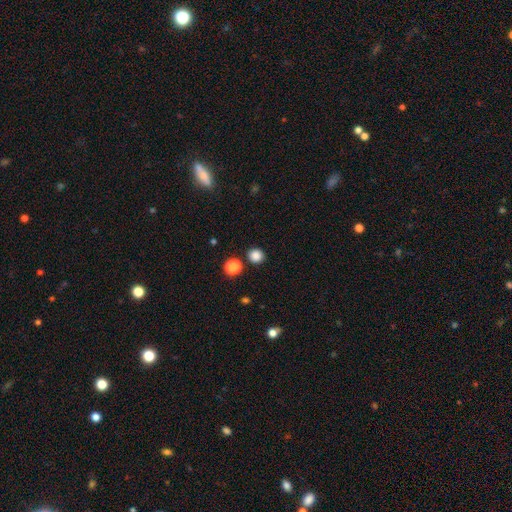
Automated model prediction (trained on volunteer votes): The model was most divided on "smooth or featured": smooth: 84%, star or artifact: 13%, featured or disk: 4%. More confident: how rounded — round (86%); merging — none (86%).